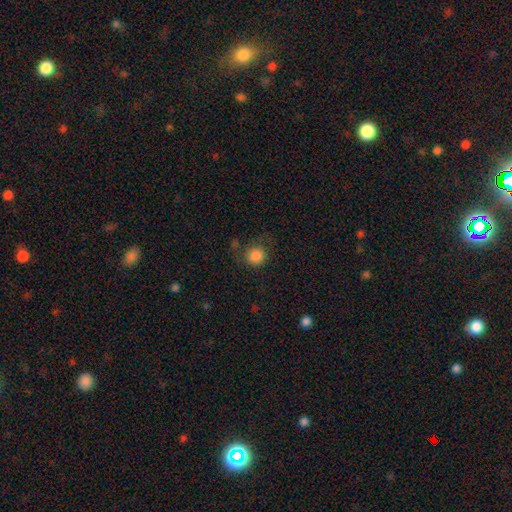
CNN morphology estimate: smooth 85%, star or artifact 10%, featured or disk 5%. Down the decision tree: how rounded — round (88%); merging — none (68%).